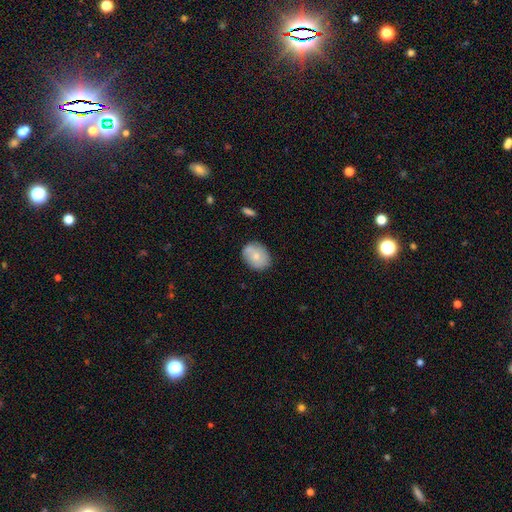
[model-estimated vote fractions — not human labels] Smooth or featured? smooth (72%)
How rounded? in between (56%)
Merging? none (76%)